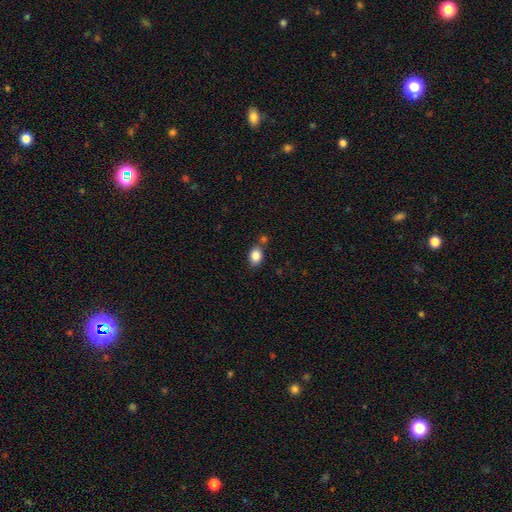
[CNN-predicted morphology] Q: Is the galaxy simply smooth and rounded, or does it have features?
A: smooth — 85%.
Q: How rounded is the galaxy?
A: in between — 69%.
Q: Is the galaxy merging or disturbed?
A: none — 67%.